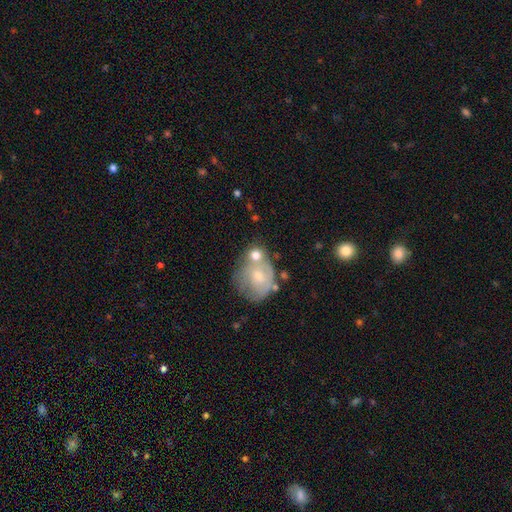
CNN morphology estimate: Smooth or featured? featured or disk (51%)
Edge-on disk? no (94%)
Merging? none (64%)